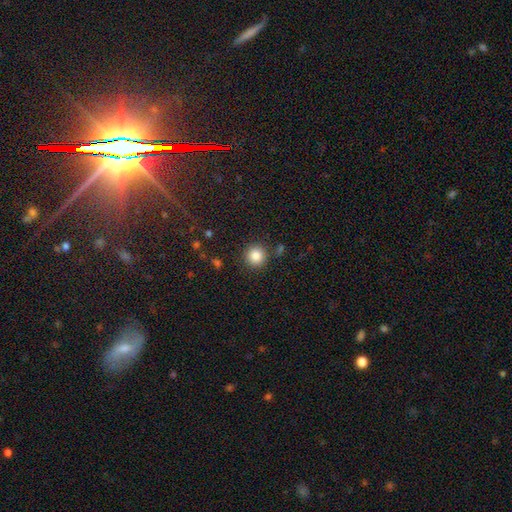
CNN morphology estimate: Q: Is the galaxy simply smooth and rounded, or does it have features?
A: smooth — 86%.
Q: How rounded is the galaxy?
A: round — 94%.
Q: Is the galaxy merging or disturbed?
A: none — 87%.